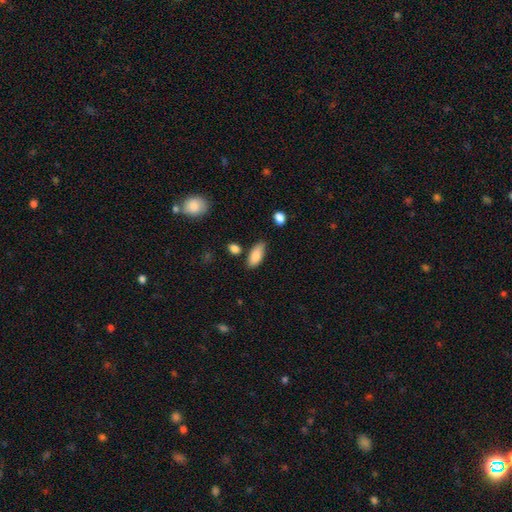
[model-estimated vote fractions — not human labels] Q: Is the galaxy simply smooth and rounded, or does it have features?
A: smooth — 84%.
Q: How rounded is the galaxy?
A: in between — 86%.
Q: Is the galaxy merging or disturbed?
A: none — 70%.